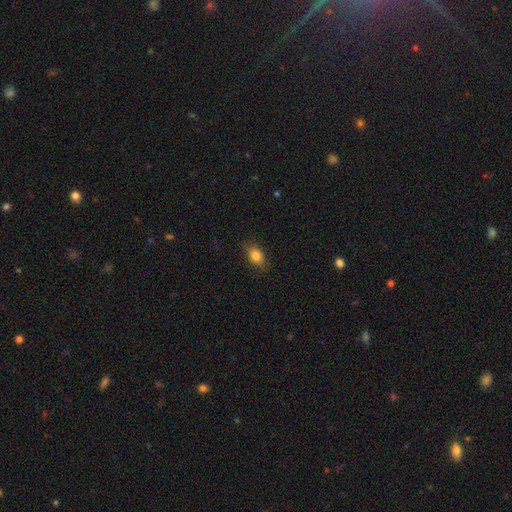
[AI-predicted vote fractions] The model was most divided on "how rounded": in between: 68%, round: 30%, cigar-shaped: 2%. More confident: smooth or featured — smooth (83%); merging — none (82%).